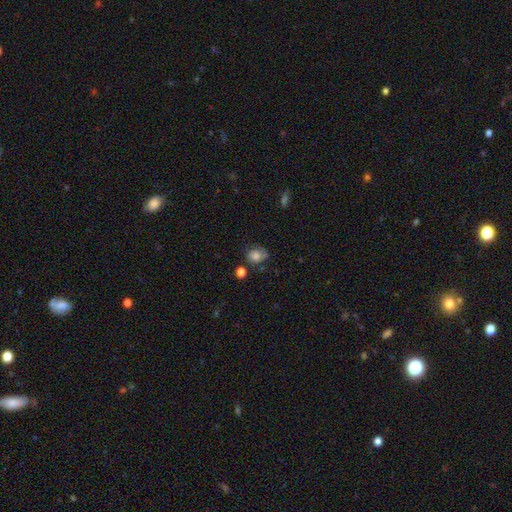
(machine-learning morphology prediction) smooth_or_featured: smooth (p=0.69) [alt: featured or disk p=0.19]
how_rounded: round (p=0.67) [alt: in between p=0.32]
merging: none (p=0.53) [alt: minor disturbance p=0.26]